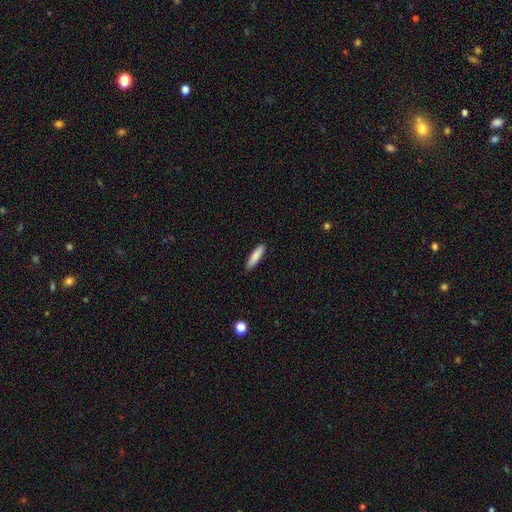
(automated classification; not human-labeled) Overall: smooth (87%). How rounded: cigar-shaped (70%). Merging: none (90%).